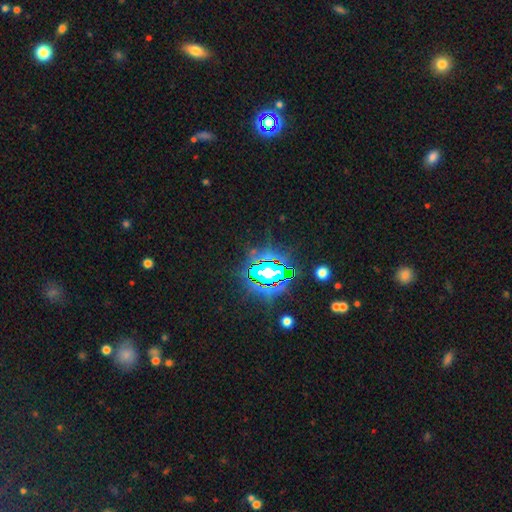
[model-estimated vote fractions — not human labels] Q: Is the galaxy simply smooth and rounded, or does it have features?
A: star or artifact — 82%.